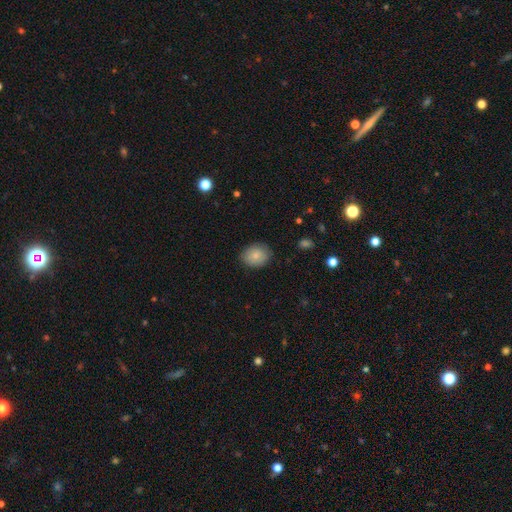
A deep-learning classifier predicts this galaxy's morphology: smooth-or-featured: smooth: 82% | featured or disk: 10% | star or artifact: 8%
  how-rounded: round: 53% | in between: 46% | cigar-shaped: 1%
  merging: none: 81% | minor disturbance: 15% | major disturbance: 3% | merger: 1%